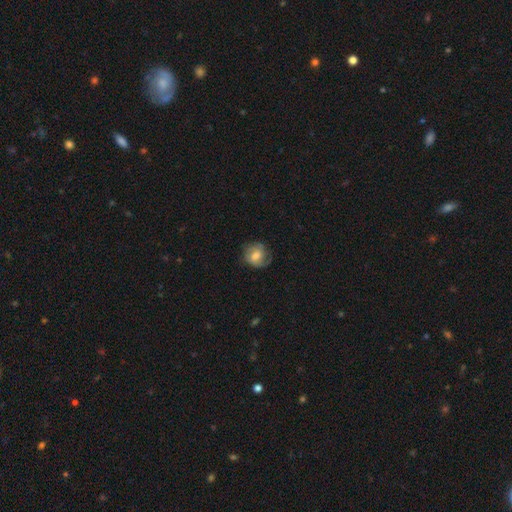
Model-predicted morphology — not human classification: Smooth or featured? Predicted: smooth (p=0.52). How rounded? Predicted: round (p=0.74). Merging? Predicted: none (p=0.66).